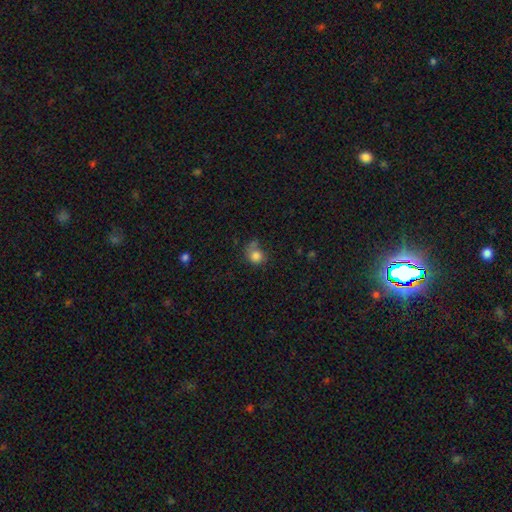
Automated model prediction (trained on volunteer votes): smooth-or-featured: smooth: 80% | star or artifact: 10% | featured or disk: 10%
  how-rounded: round: 74% | in between: 26% | cigar-shaped: 1%
  merging: none: 45% | minor disturbance: 24% | major disturbance: 17% | merger: 13%